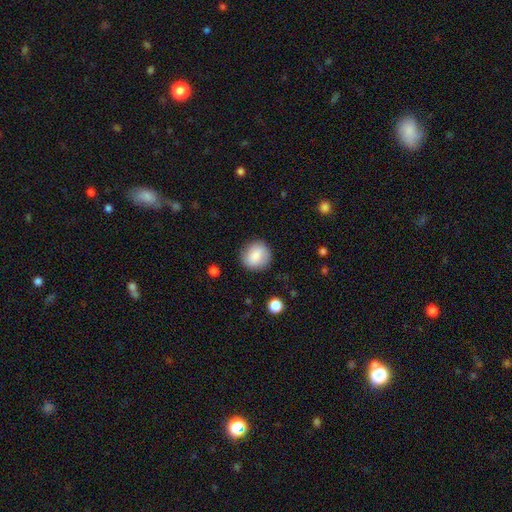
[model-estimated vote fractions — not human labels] Smooth or featured: smooth — 85% (featured or disk — 8%)
How rounded: round — 84% (in between — 15%)
Merging: none — 85% (minor disturbance — 11%)